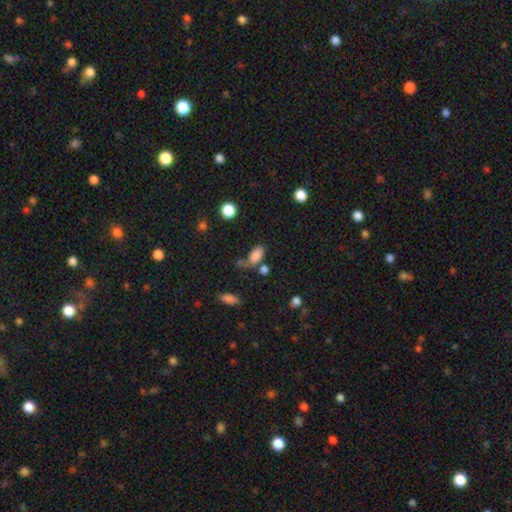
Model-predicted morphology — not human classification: The model was most divided on "merging": none: 42%, minor disturbance: 21%, merger: 21%, major disturbance: 17%. More confident: how rounded — in between (90%); smooth or featured — smooth (81%).